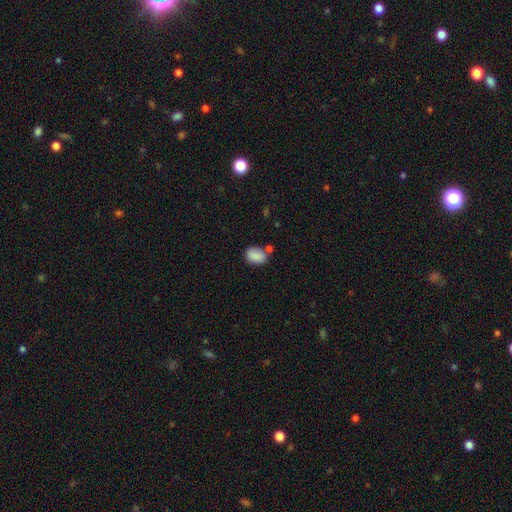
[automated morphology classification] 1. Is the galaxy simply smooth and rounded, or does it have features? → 87% smooth, 8% star or artifact, 5% featured or disk.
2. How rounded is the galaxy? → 77% in between, 22% round, 1% cigar-shaped.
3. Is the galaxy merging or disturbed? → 60% none, 18% merger, 17% minor disturbance, 5% major disturbance.